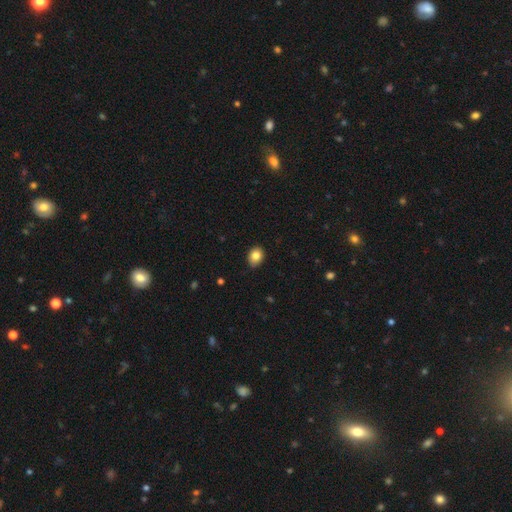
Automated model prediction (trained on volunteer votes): smooth 84%, star or artifact 9%, featured or disk 7%. Down the decision tree: how rounded — in between (61%); merging — none (82%).